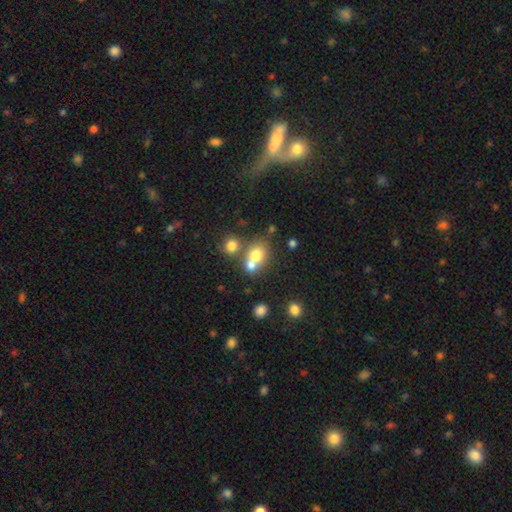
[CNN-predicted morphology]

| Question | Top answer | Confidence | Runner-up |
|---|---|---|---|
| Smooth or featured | smooth | 71% | featured or disk (16%) |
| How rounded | round | 70% | in between (29%) |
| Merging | merger | 51% | none (38%) |